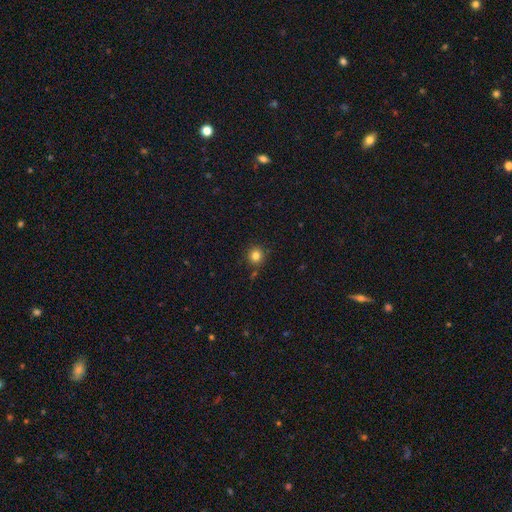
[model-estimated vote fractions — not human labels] smooth 82%, star or artifact 13%, featured or disk 5%. Down the decision tree: how rounded — round (92%); merging — none (85%).